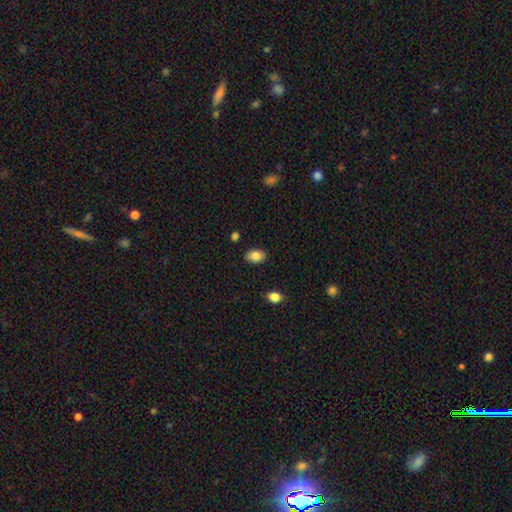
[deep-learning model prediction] Q: Smooth or featured?
A: smooth (84%); runner-up: featured or disk (8%)
Q: How rounded?
A: in between (87%); runner-up: round (12%)
Q: Merging?
A: none (84%); runner-up: minor disturbance (12%)